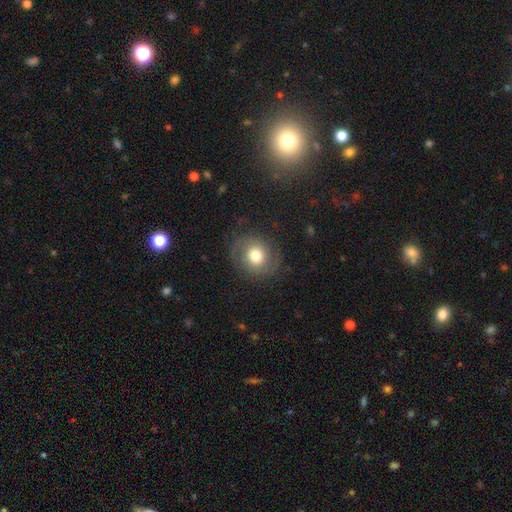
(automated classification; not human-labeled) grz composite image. It shows a smooth galaxy with no disk features (54%) that is round (82%). Merging: none (79%).